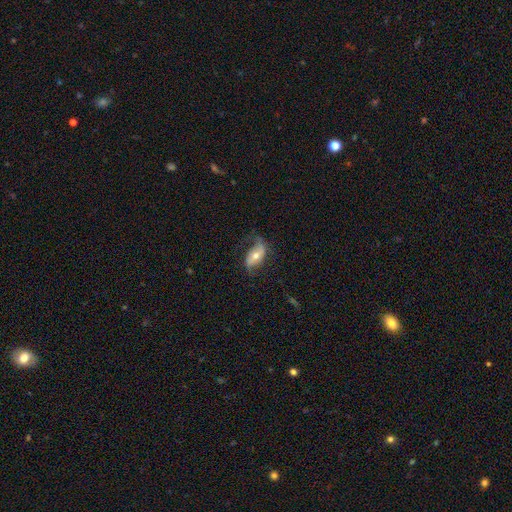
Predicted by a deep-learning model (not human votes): Smooth or featured? featured or disk (63%)
Edge-on disk? no (92%)
Bar? no (47%)
Spiral arms? yes (83%)
Bulge size? moderate (66%)
Merging? none (62%)